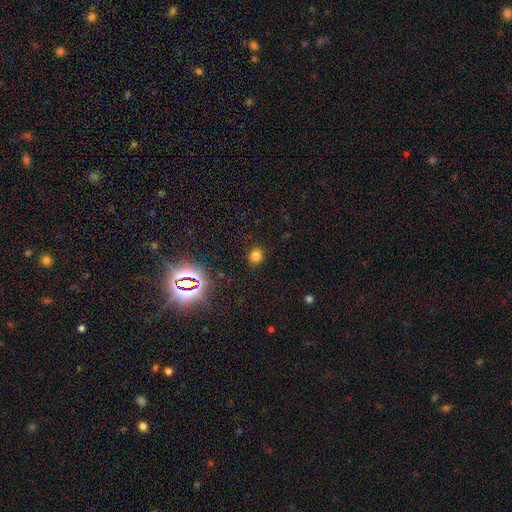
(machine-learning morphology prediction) Smooth or featured? Predicted: smooth (p=0.73). How rounded? Predicted: round (p=0.79). Merging? Predicted: none (p=0.85).